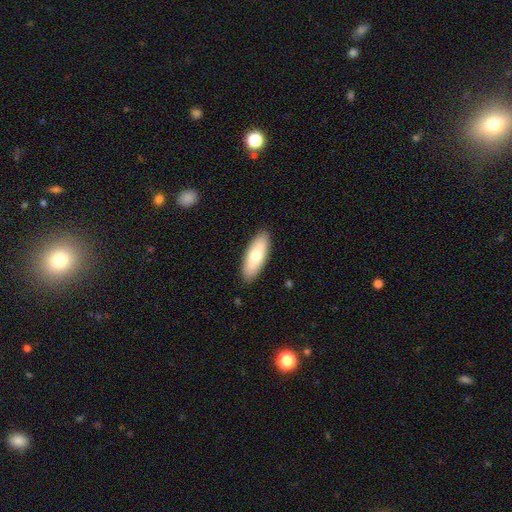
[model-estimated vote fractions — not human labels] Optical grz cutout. It shows a smooth galaxy with no disk features (73%) that is in between round and cigar-shaped (69%). Merging: none (89%).